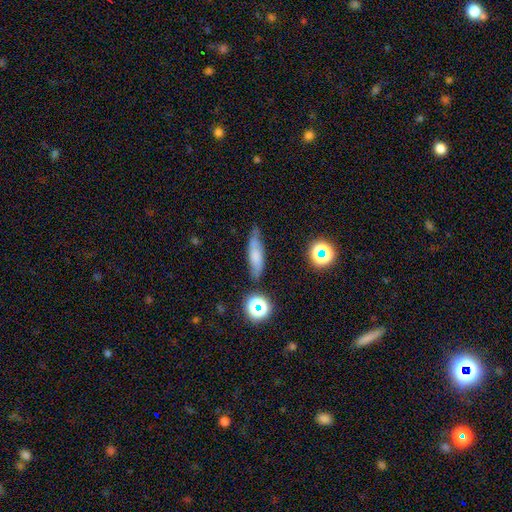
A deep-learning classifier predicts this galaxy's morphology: Smooth or featured: smooth — 63% (featured or disk — 24%)
How rounded: cigar-shaped — 61% (in between — 34%)
Merging: none — 70% (minor disturbance — 21%)